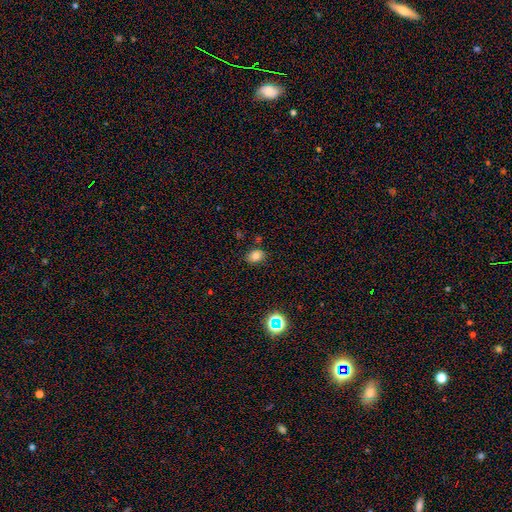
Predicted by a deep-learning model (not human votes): A smooth galaxy with no disk features (79%) that is in between round and cigar-shaped (60%).

Vote fractions:
- Smooth or featured? smooth: 79% / star or artifact: 14% / featured or disk: 7%
- How rounded? in between: 60% / round: 39% / cigar-shaped: 1%
- Merging? none: 79% / minor disturbance: 14% / merger: 4% / major disturbance: 3%